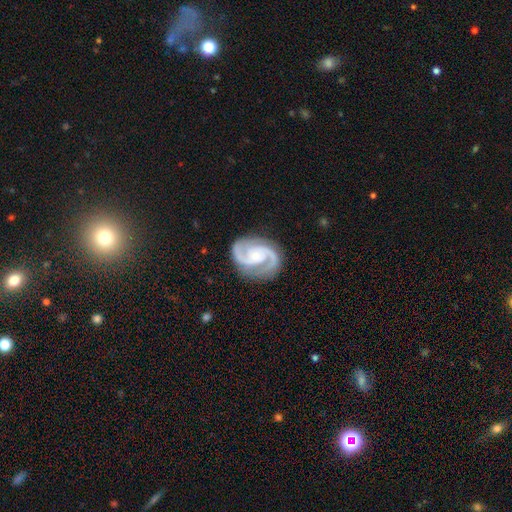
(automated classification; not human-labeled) featured or disk 93%, star or artifact 4%, smooth 3%. Down the decision tree: edge-on disk — no (98%); bar — no (57%); spiral arms — yes (99%); spiral arm count — 2 (93%); spiral winding — medium (56%); bulge size — small (60%); merging — none (83%).